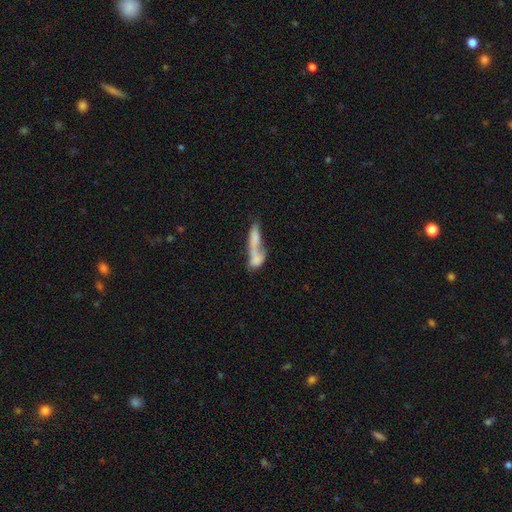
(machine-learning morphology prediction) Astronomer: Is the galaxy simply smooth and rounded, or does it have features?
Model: smooth — 67%.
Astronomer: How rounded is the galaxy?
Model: in between — 50% (runner-up: cigar-shaped, 43%).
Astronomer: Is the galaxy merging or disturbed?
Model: merger — 67%.